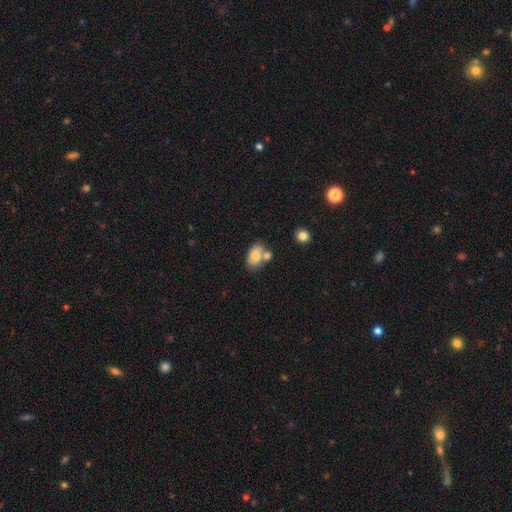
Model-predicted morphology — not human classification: Overall: smooth (72%). How rounded: in between (84%). Merging: none (47%; merger 35%).